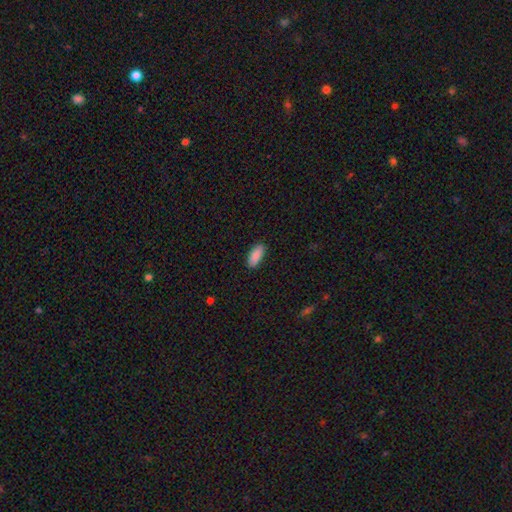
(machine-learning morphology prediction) This appears to be a smooth galaxy with no disk features (89%) that is in between round and cigar-shaped (86%). Merging: none (89%).